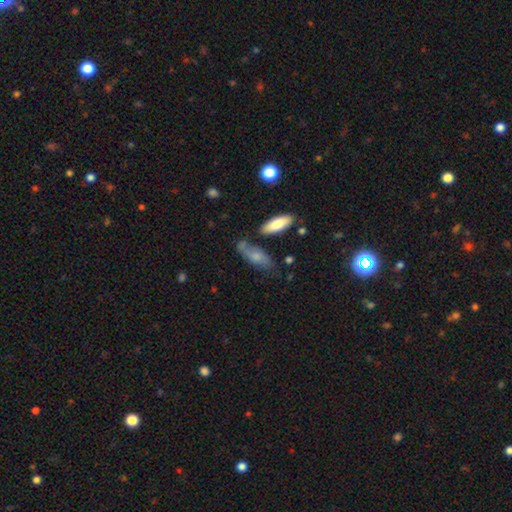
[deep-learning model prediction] smooth 60%, featured or disk 31%, star or artifact 9%. Down the decision tree: how rounded — in between (65%); merging — none (52%).